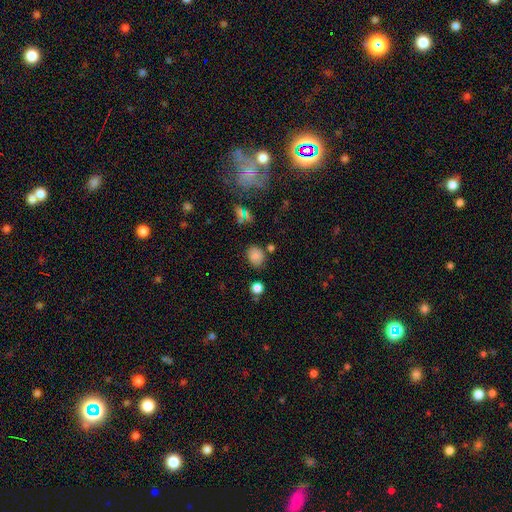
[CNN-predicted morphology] smooth-or-featured: smooth: 78% | star or artifact: 14% | featured or disk: 7%
  how-rounded: in between: 56% | round: 43% | cigar-shaped: 1%
  merging: none: 76% | minor disturbance: 15% | merger: 5% | major disturbance: 4%